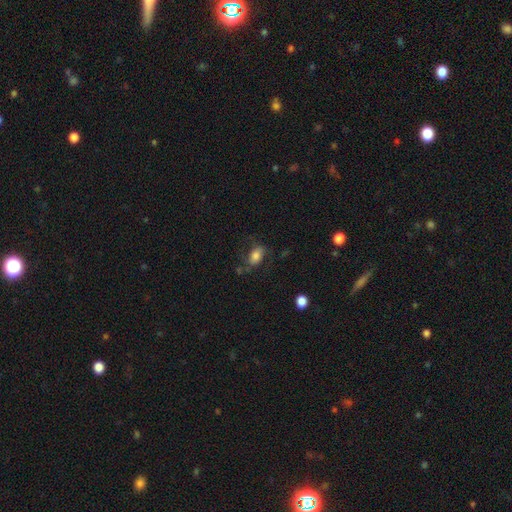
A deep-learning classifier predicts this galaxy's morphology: Q: Smooth or featured?
A: smooth (68%); runner-up: featured or disk (22%)
Q: How rounded?
A: in between (85%); runner-up: round (12%)
Q: Merging?
A: none (55%); runner-up: minor disturbance (23%)